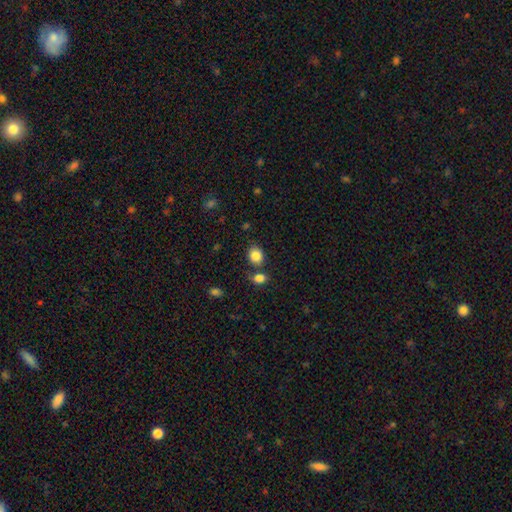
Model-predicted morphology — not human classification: This is clearly a smooth galaxy (85%). How rounded: possibly round (57%). Merging: likely none (68%).